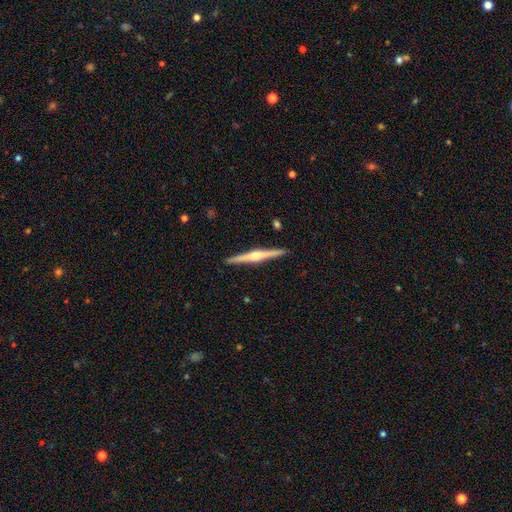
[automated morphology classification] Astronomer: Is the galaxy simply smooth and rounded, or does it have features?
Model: featured or disk — 79%.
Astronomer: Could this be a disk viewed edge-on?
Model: yes — 99%.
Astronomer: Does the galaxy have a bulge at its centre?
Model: rounded — 90%.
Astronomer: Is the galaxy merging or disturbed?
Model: none — 92%.